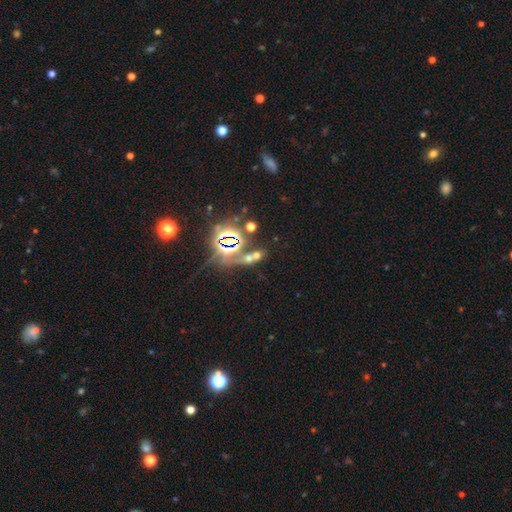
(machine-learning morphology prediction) The model was most divided on "smooth or featured": star or artifact: 51%, smooth: 35%, featured or disk: 14%.